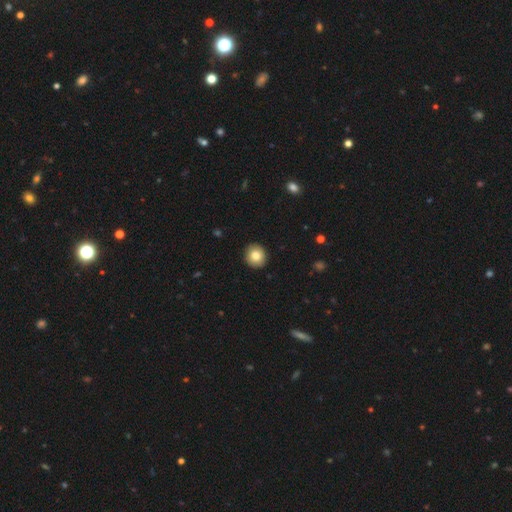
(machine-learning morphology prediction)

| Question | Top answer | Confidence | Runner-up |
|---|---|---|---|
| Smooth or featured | smooth | 83% | featured or disk (9%) |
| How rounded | round | 88% | in between (11%) |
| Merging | none | 92% | minor disturbance (6%) |